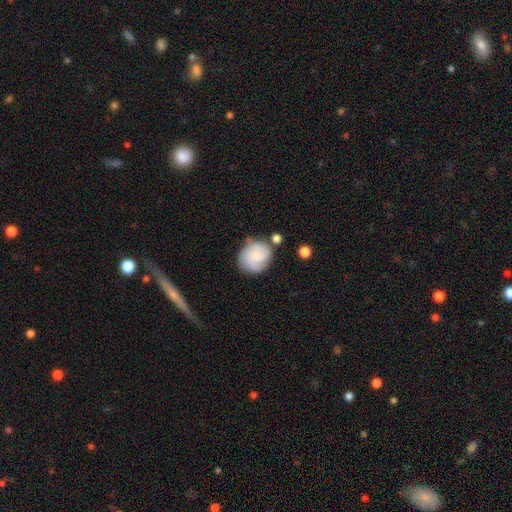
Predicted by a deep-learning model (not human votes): A smooth galaxy with no disk features (50%) that is round (72%).

Vote fractions:
- Smooth or featured? smooth: 50% / featured or disk: 42% / star or artifact: 8%
- How rounded? round: 72% / in between: 27% / cigar-shaped: 1%
- Merging? none: 64% / minor disturbance: 21% / major disturbance: 8% / merger: 8%